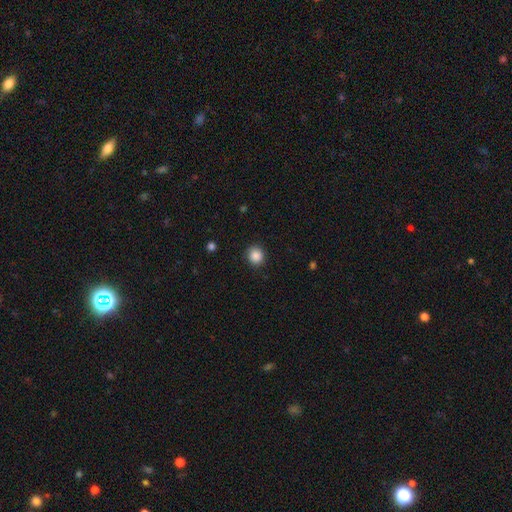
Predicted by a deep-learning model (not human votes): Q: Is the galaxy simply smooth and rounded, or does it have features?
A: smooth — 87%.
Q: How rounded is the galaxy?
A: round — 86%.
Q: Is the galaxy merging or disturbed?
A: none — 90%.